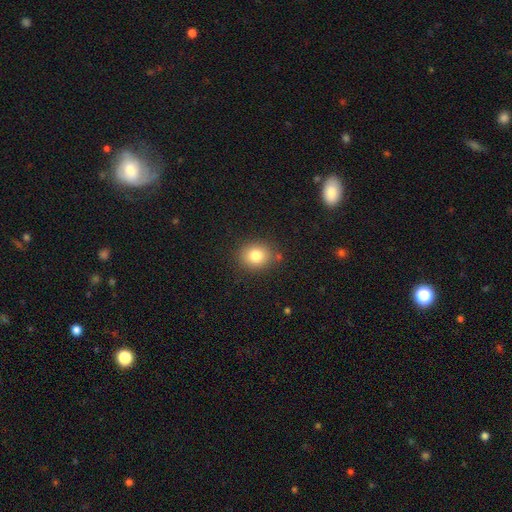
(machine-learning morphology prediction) A smooth galaxy with no disk features (81%) that is round (70%).

Vote fractions:
- Smooth or featured? smooth: 81% / star or artifact: 11% / featured or disk: 8%
- How rounded? round: 70% / in between: 29% / cigar-shaped: 1%
- Merging? none: 84% / minor disturbance: 10% / major disturbance: 3% / merger: 3%